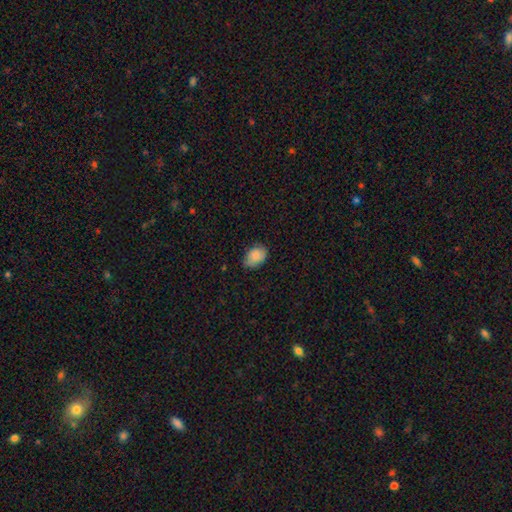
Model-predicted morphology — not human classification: Smooth or featured: smooth — 82% (featured or disk — 11%)
How rounded: in between — 78% (round — 20%)
Merging: none — 69% (minor disturbance — 26%)